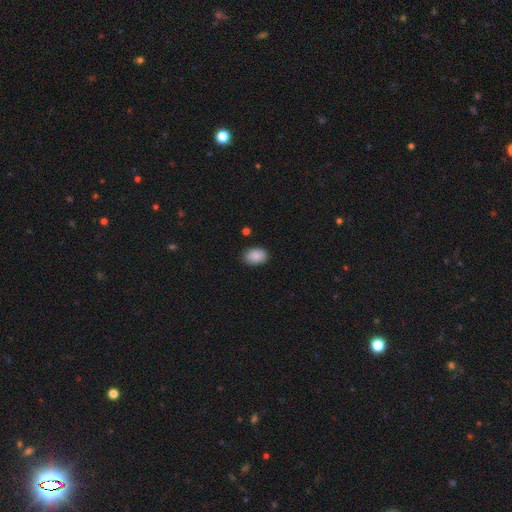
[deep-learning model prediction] Smooth or featured?
  - smooth: 89% *
  - star or artifact: 8%
  - featured or disk: 4%
How rounded?
  - in between: 81% *
  - round: 18%
  - cigar-shaped: 1%
Merging?
  - none: 85% *
  - minor disturbance: 11%
  - major disturbance: 2%
  - merger: 1%